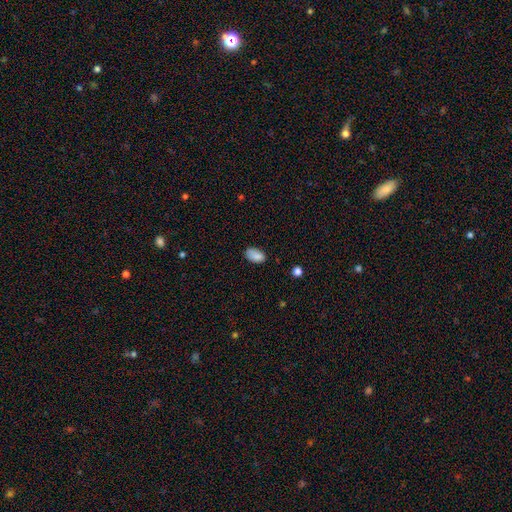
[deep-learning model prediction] A smooth galaxy with no disk features (86%) that is in between round and cigar-shaped (92%). Merging: none (74%).